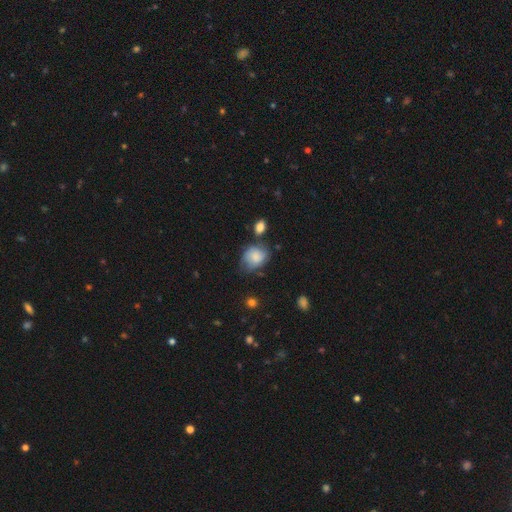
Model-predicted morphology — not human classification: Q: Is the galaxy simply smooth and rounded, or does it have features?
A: smooth — 72%.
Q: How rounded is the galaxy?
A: in between — 52%.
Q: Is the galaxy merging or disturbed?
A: none — 46%.